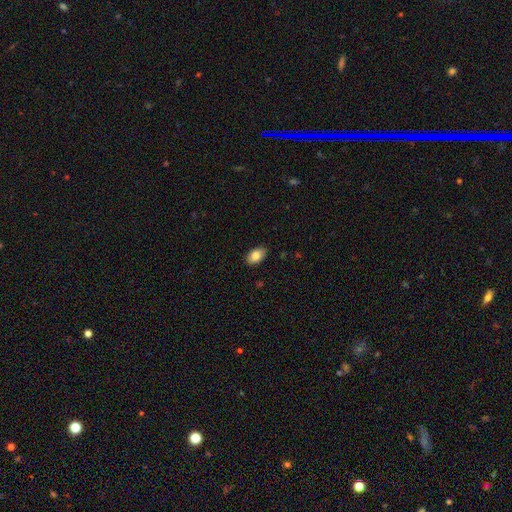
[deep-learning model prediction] smooth 84%, featured or disk 9%, star or artifact 7%. Down the decision tree: how rounded — in between (91%); merging — none (89%).